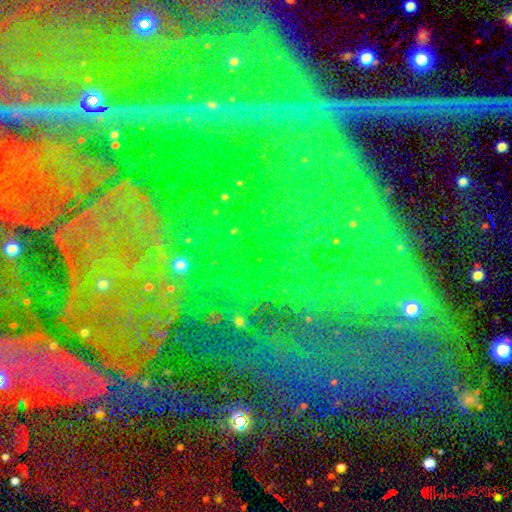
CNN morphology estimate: Smooth or featured?
  - star or artifact: 85% *
  - featured or disk: 9%
  - smooth: 6%